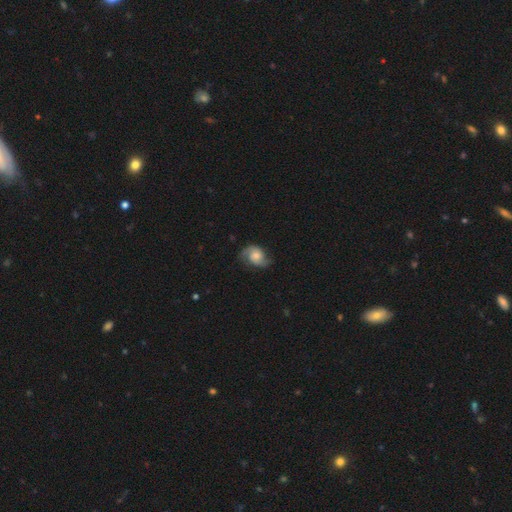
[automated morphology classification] The model was most divided on "spiral winding": medium: 46%, loose: 35%, tight: 19%. Remaining: edge-on disk — no (97%); spiral arms — yes (94%); spiral arm count — 2 (89%); smooth or featured — featured or disk (73%); merging — none (72%); bar — no (68%); bulge size — moderate (47%).